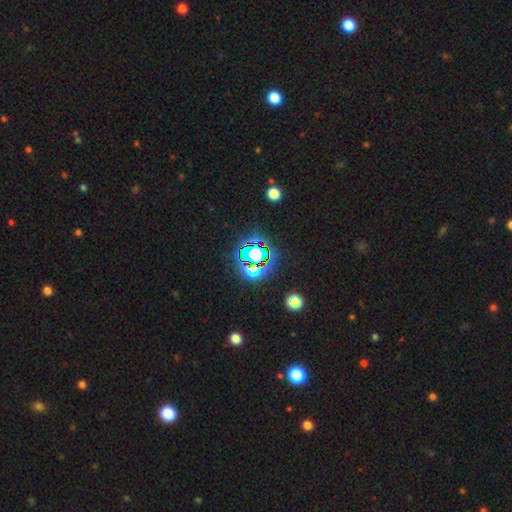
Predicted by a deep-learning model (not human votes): Smooth or featured?
  - star or artifact: 76% *
  - smooth: 15%
  - featured or disk: 9%